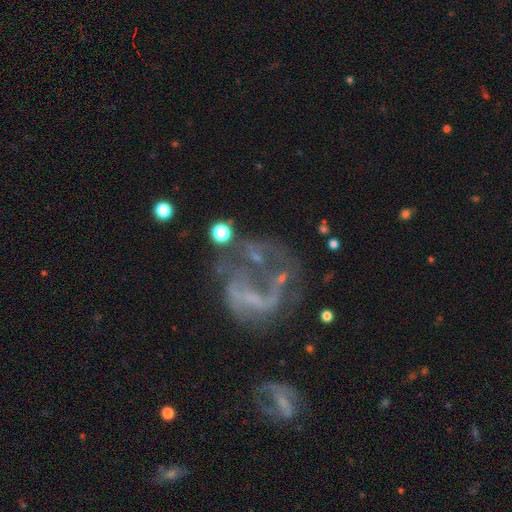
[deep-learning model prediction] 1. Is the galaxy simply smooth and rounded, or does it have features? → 64% featured or disk, 19% star or artifact, 17% smooth.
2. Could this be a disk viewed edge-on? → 98% no, 2% yes.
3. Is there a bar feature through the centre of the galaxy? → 70% no, 21% weak, 10% strong.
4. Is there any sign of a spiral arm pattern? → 65% no, 35% yes.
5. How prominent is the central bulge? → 69% none, 20% small, 8% moderate, 2% large, 1% dominant.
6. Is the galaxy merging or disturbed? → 46% major disturbance, 28% none, 14% merger, 13% minor disturbance.